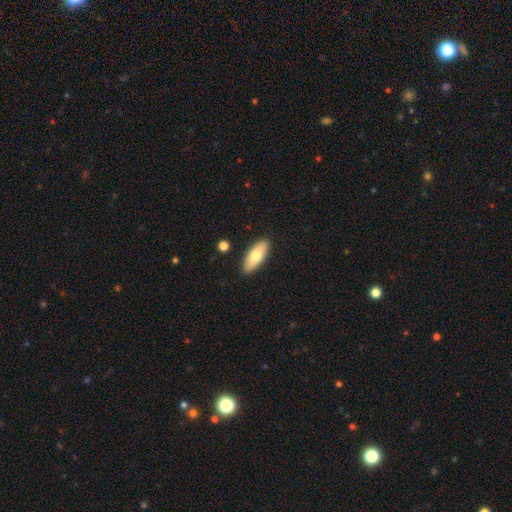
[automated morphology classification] Q: Smooth or featured?
A: smooth (73%); runner-up: featured or disk (22%)
Q: How rounded?
A: in between (79%); runner-up: cigar-shaped (19%)
Q: Merging?
A: none (89%); runner-up: minor disturbance (8%)